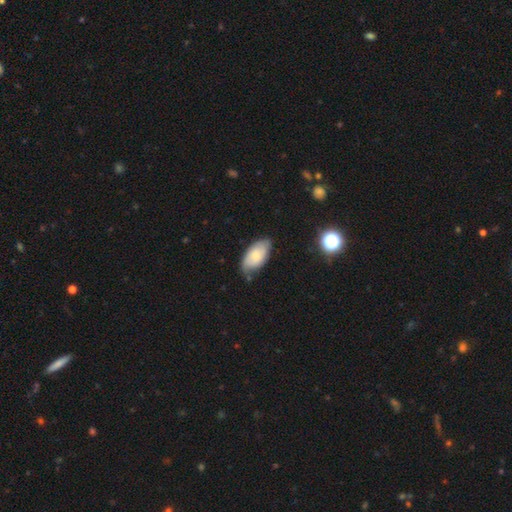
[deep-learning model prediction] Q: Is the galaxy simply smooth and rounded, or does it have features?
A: smooth — 70%.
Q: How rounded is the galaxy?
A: in between — 94%.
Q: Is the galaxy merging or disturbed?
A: none — 64%.